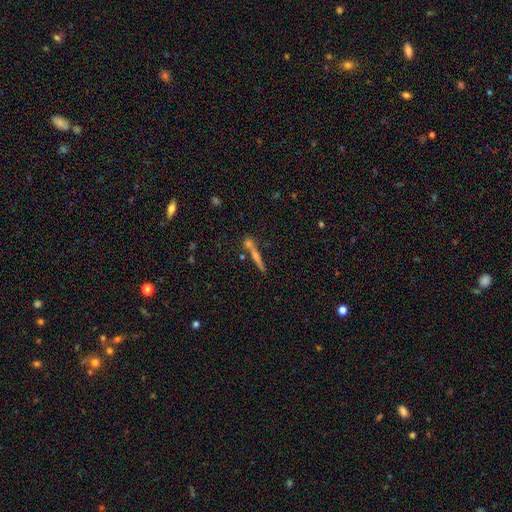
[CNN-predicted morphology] This appears to be a featured or disk galaxy (48%). Merging: none (71%).